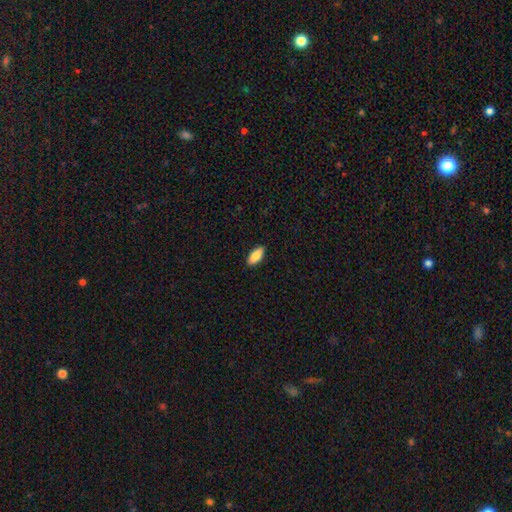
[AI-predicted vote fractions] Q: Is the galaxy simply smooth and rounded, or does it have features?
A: smooth — 87%.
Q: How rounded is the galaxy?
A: in between — 85%.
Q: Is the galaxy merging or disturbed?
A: none — 90%.